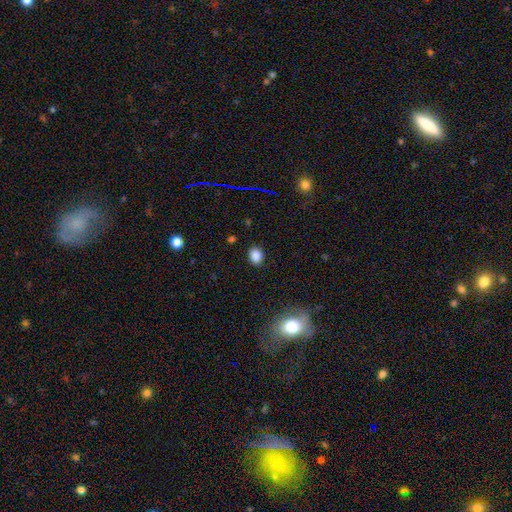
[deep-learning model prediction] Overall: smooth (85%). How rounded: round (52%; in between 47%). Merging: none (87%).